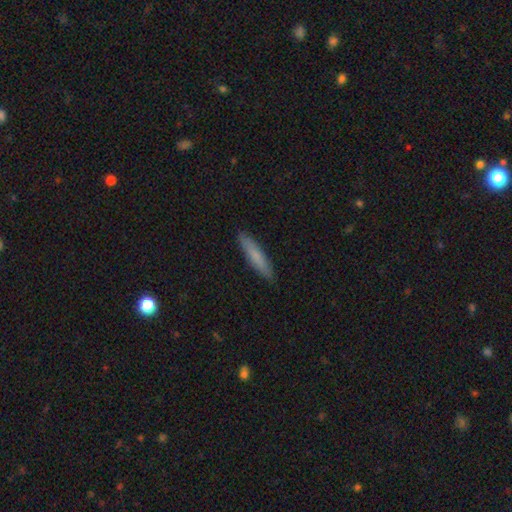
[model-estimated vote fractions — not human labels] smooth 76%, featured or disk 18%, star or artifact 6%. Down the decision tree: how rounded — cigar-shaped (90%); merging — none (90%).